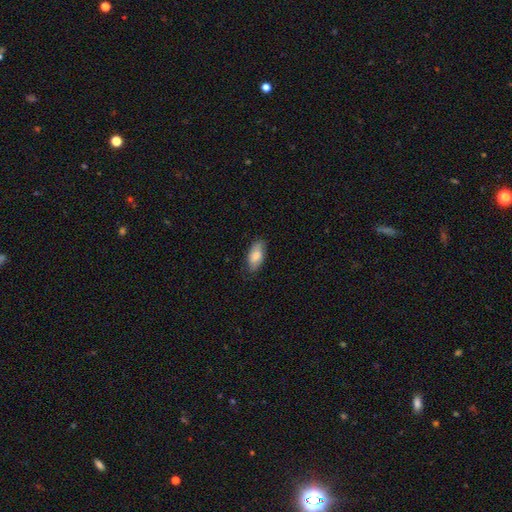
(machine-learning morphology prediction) This is clearly a smooth galaxy (83%). How rounded: clearly in between (89%). Merging: likely none (78%).